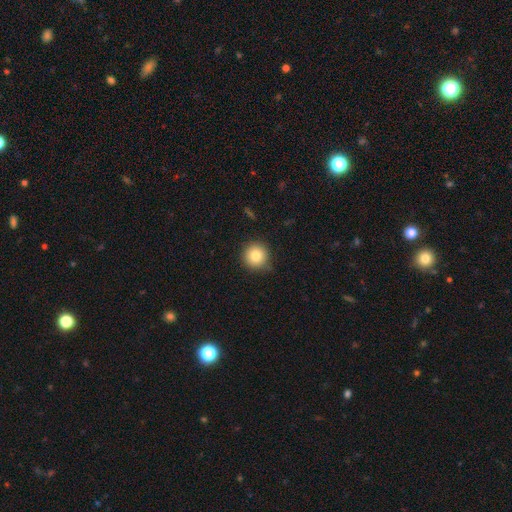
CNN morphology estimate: Smooth or featured: smooth — 82% (star or artifact — 10%)
How rounded: round — 95% (in between — 4%)
Merging: none — 84% (minor disturbance — 12%)